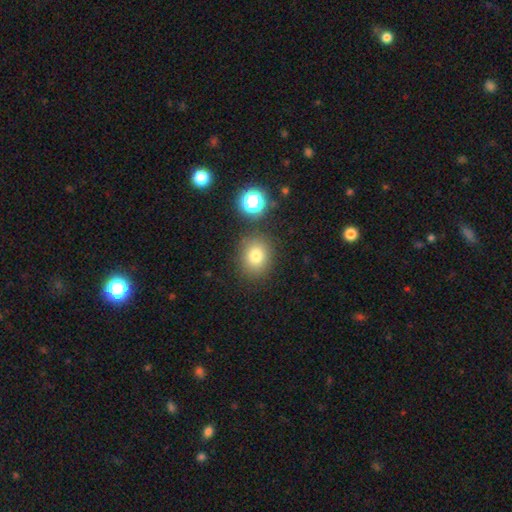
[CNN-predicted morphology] Smooth or featured? smooth (78%)
How rounded? round (70%)
Merging? none (81%)